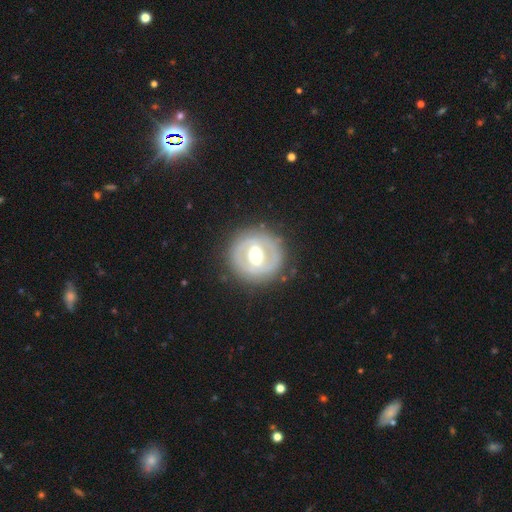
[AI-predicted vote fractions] This is likely a featured or disk galaxy (66%). It is clearly not viewed edge-on (96%). Bar: marginally weak (41%). Spiral arm pattern: likely no (62%). Central bulge: likely moderate (69%). Merging: clearly none (82%).